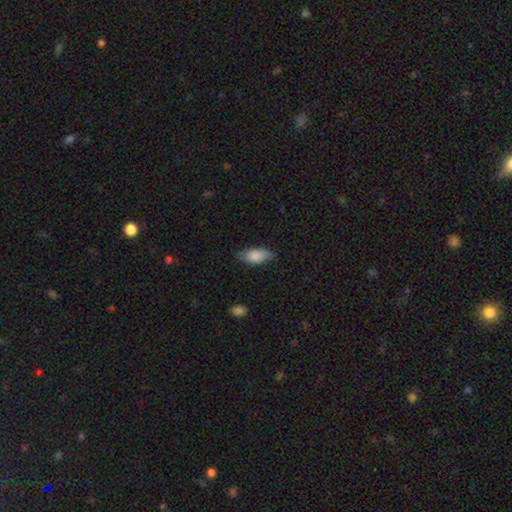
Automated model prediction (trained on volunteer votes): This appears to be a smooth galaxy with no disk features (84%) that is in between round and cigar-shaped (89%). Merging: none (72%).